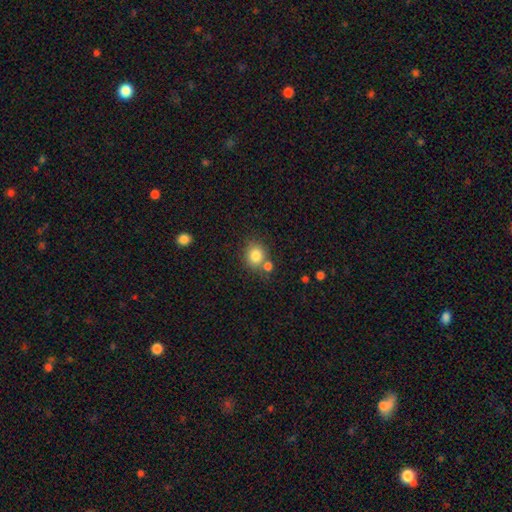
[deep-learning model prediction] Smooth or featured? smooth (82%)
How rounded? round (74%)
Merging? none (62%)